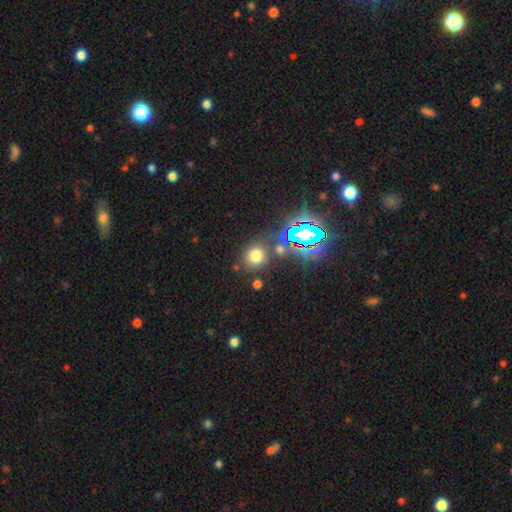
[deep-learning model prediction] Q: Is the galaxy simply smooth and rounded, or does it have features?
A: smooth — 67%.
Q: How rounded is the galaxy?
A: round — 83%.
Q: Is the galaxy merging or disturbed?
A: none — 74%.